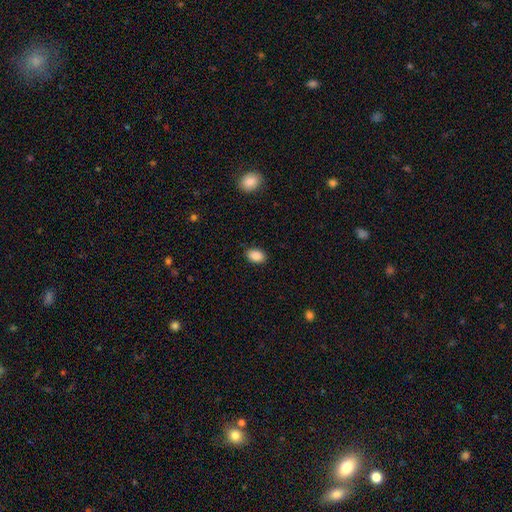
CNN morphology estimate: A smooth galaxy with no disk features (87%) that is in between round and cigar-shaped (83%). Merging: none (87%).